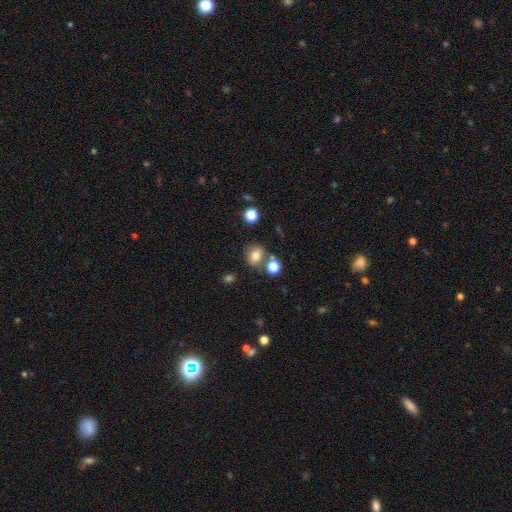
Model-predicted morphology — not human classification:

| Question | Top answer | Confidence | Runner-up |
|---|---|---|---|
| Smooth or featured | smooth | 74% | star or artifact (14%) |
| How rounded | round | 57% | in between (42%) |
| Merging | none | 66% | minor disturbance (14%) |